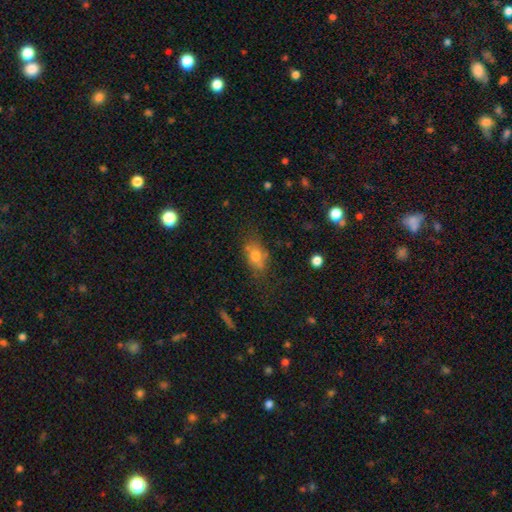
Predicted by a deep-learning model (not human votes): Smooth or featured: smooth — 66% (featured or disk — 19%)
How rounded: in between — 75% (round — 20%)
Merging: none — 63% (minor disturbance — 22%)